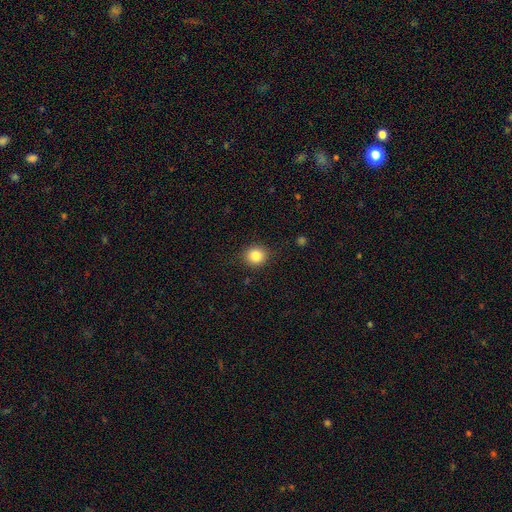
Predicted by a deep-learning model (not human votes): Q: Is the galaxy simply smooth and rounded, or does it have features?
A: smooth — 85%.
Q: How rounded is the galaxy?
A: round — 87%.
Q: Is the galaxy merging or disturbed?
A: none — 89%.